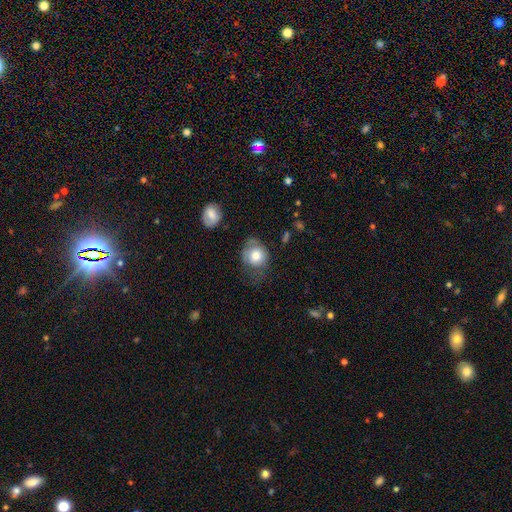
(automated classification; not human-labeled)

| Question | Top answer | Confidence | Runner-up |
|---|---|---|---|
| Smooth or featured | smooth | 74% | featured or disk (18%) |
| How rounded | round | 72% | in between (27%) |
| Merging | none | 43% | minor disturbance (31%) |